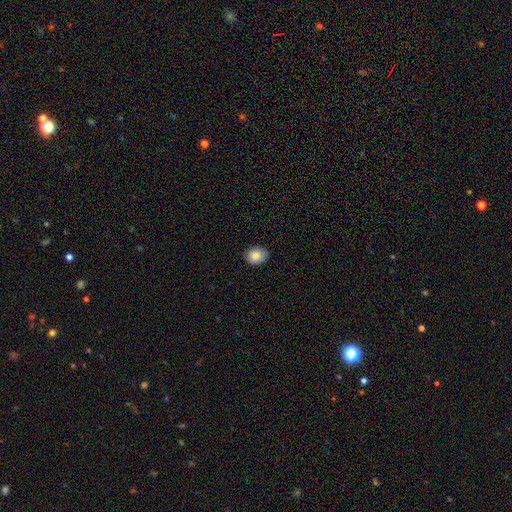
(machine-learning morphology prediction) A smooth galaxy with no disk features (85%) that is round (51%). Merging: none (88%).